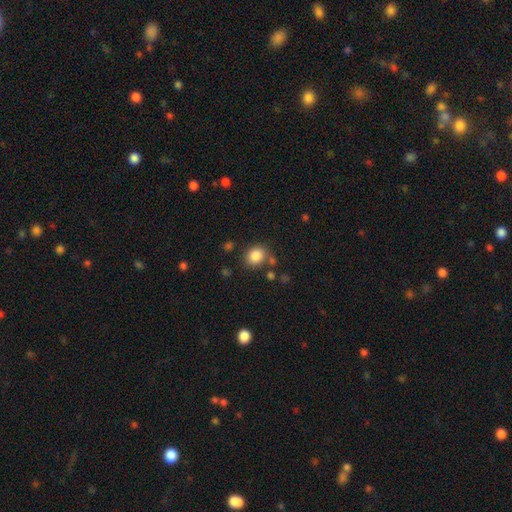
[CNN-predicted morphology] Smooth or featured? smooth (85%)
How rounded? round (64%)
Merging? none (75%)